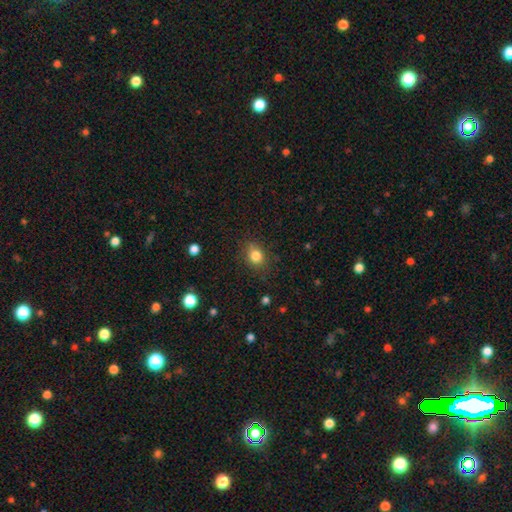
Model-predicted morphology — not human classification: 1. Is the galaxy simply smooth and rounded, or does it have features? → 81% smooth, 12% star or artifact, 7% featured or disk.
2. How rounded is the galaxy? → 58% round, 41% in between, 1% cigar-shaped.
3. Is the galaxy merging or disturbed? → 77% none, 16% minor disturbance, 5% major disturbance, 2% merger.